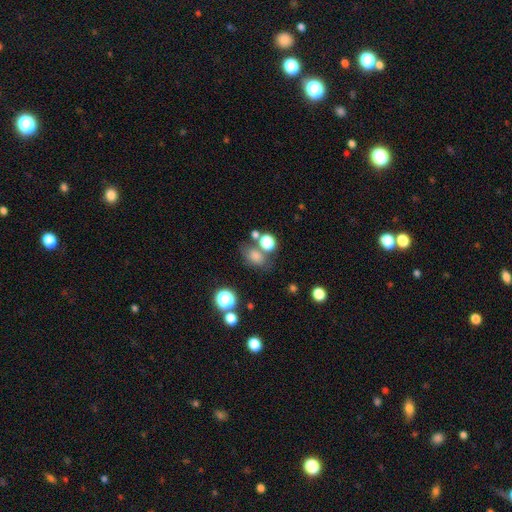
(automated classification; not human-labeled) smooth 75%, star or artifact 16%, featured or disk 9%. Down the decision tree: how rounded — in between (61%); merging — none (59%).